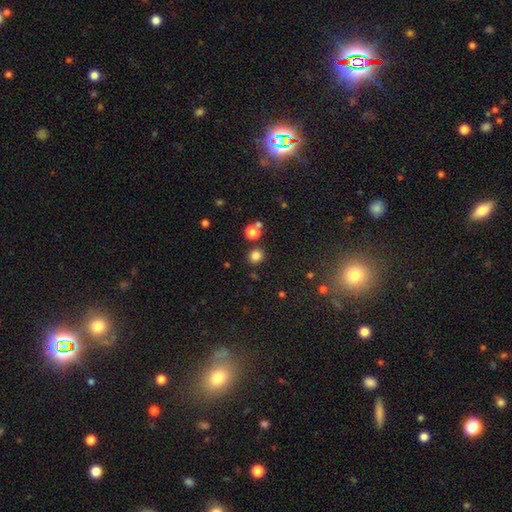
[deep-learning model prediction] Morphology: type=smooth (81%); roundness=round (84%); merging=none (84%).